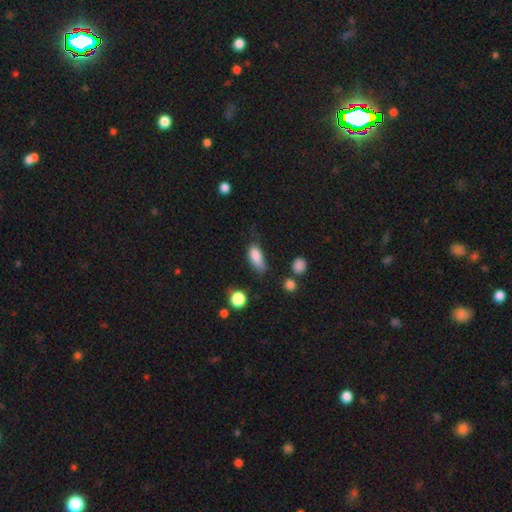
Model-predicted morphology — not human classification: smooth-or-featured: smooth: 83% | star or artifact: 9% | featured or disk: 8%
  how-rounded: in between: 82% | cigar-shaped: 14% | round: 4%
  merging: none: 48% | minor disturbance: 34% | major disturbance: 14% | merger: 4%